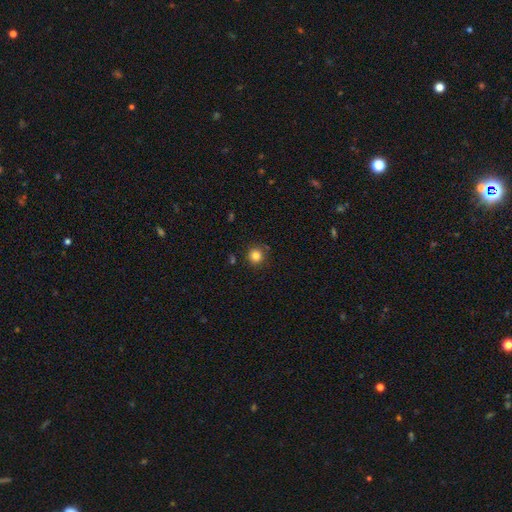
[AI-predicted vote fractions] smooth 84%, star or artifact 11%, featured or disk 5%. Down the decision tree: how rounded — round (93%); merging — none (86%).